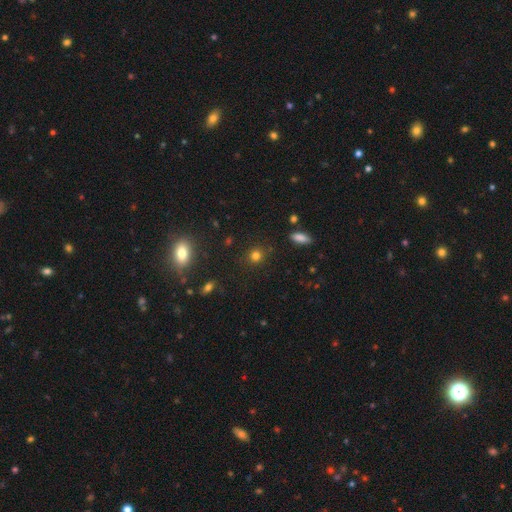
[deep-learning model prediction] Smooth or featured? Predicted: smooth (p=0.80). How rounded? Predicted: round (p=0.86). Merging? Predicted: none (p=0.87).